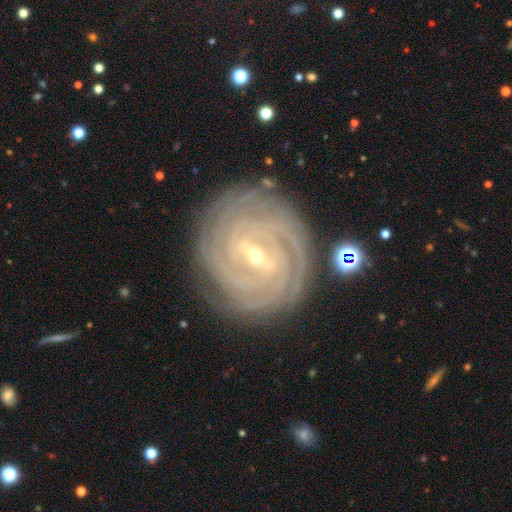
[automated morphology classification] A featured or disk galaxy (92%) with a strong bar (51%), 4 (34%) tight (89%) spiral arms (98%) and a small central bulge (69%). Merging: none (85%).